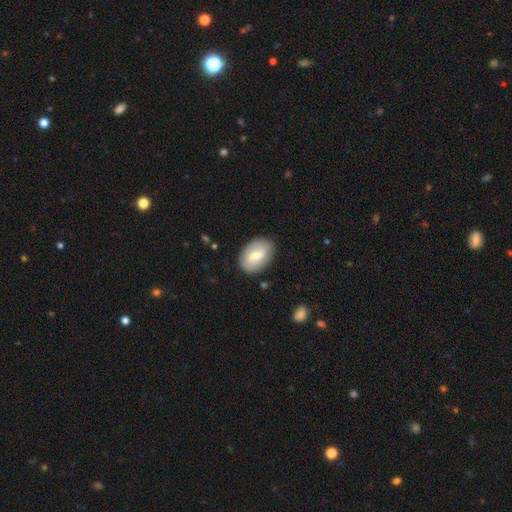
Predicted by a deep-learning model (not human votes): Smooth or featured? Predicted: smooth (p=0.56). How rounded? Predicted: in between (p=0.86). Merging? Predicted: none (p=0.84).